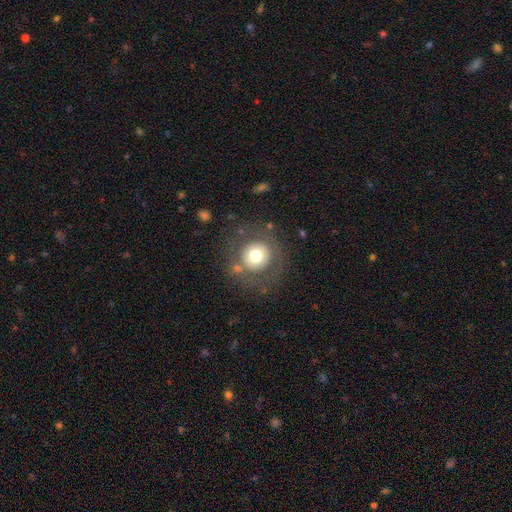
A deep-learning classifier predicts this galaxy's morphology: A smooth galaxy with no disk features (64%) that is round (94%). Merging: none (77%).